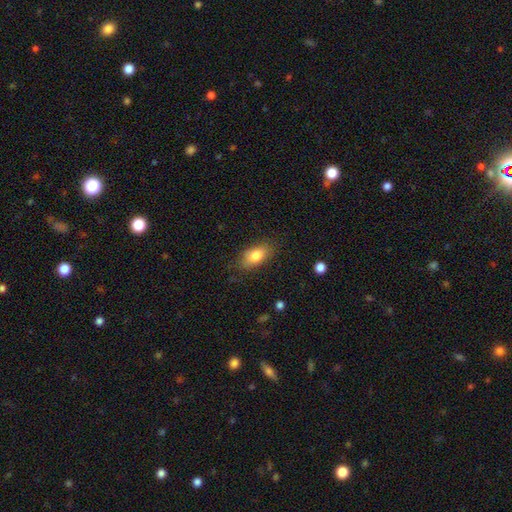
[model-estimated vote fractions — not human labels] smooth-or-featured: smooth: 81% | featured or disk: 12% | star or artifact: 7%
  how-rounded: in between: 87% | cigar-shaped: 7% | round: 6%
  merging: none: 80% | minor disturbance: 15% | major disturbance: 4% | merger: 1%